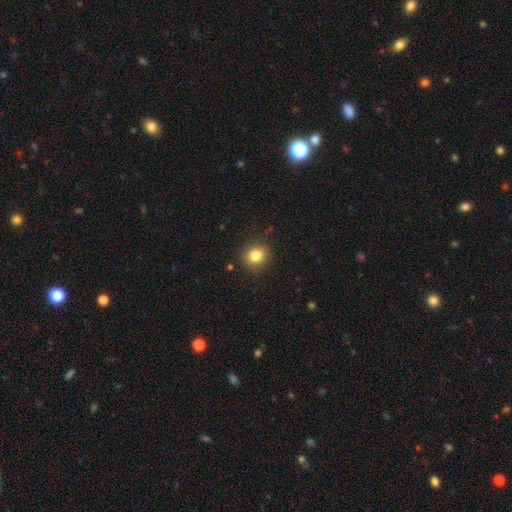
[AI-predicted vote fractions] A smooth galaxy with no disk features (83%) that is round (79%).

Vote fractions:
- Smooth or featured? smooth: 83% / star or artifact: 11% / featured or disk: 6%
- How rounded? round: 79% / in between: 21% / cigar-shaped: 1%
- Merging? none: 88% / minor disturbance: 8% / major disturbance: 2% / merger: 1%